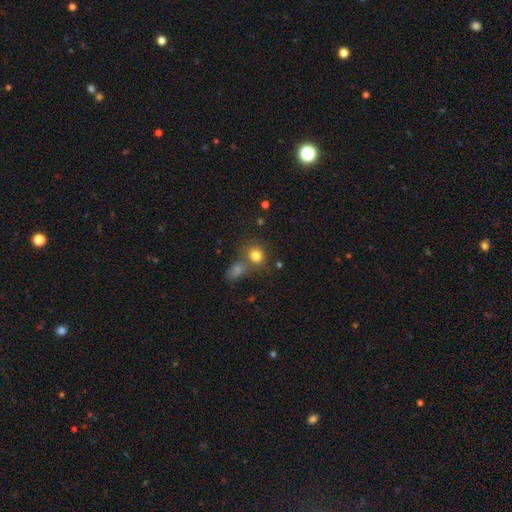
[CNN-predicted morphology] Smooth or featured? smooth (80%)
How rounded? round (69%)
Merging? none (55%)